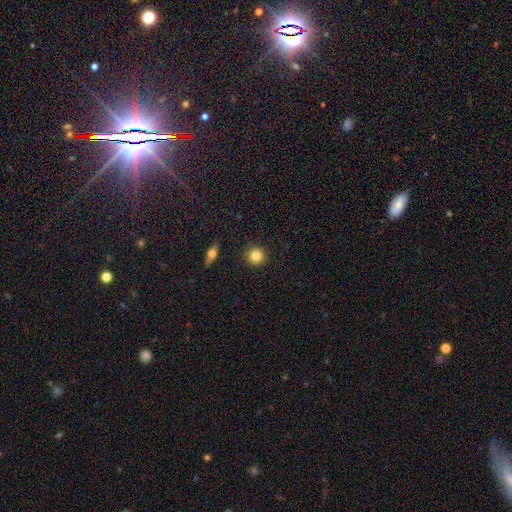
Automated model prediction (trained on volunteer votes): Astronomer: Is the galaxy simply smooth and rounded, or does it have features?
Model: smooth — 83%.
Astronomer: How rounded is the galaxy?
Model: round — 94%.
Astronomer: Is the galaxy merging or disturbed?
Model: none — 92%.